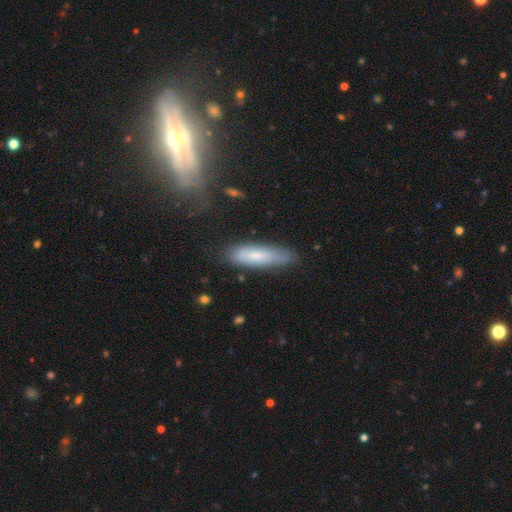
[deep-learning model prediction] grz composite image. It shows a smooth galaxy with no disk features (67%) that is cigar-shaped (67%). Merging: none (77%).